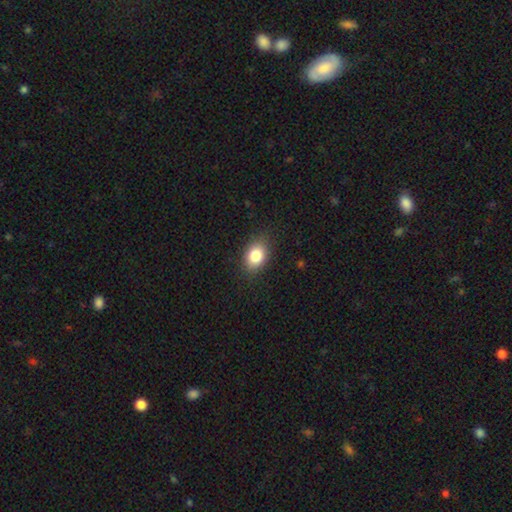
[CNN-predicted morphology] A smooth galaxy with no disk features (82%) that is in between round and cigar-shaped (74%). Merging: none (84%).